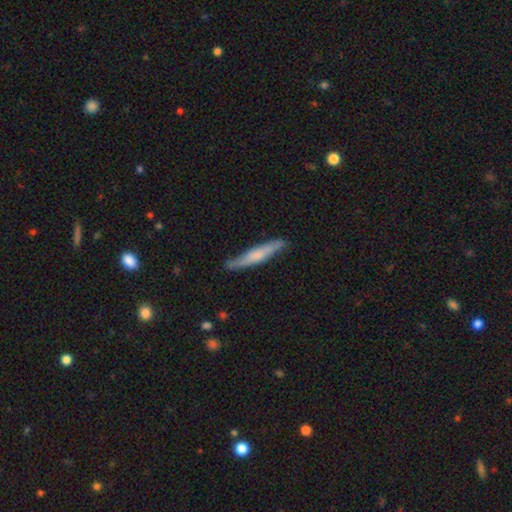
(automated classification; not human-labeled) Smooth or featured? Predicted: smooth (p=0.47, tied with featured or disk). Merging? Predicted: none (p=0.81).